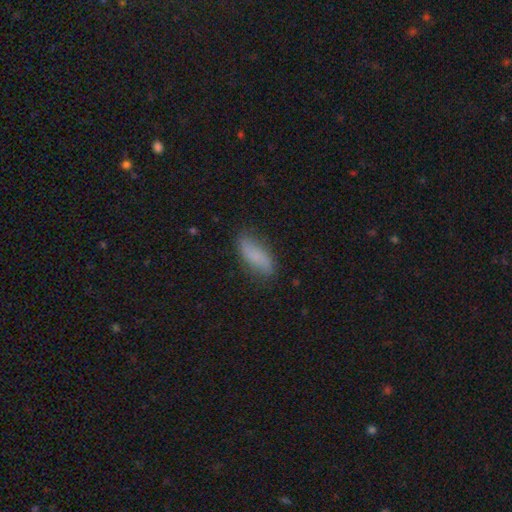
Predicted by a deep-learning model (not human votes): Smooth or featured: smooth — 75% (featured or disk — 18%)
How rounded: in between — 72% (cigar-shaped — 25%)
Merging: none — 76% (minor disturbance — 19%)